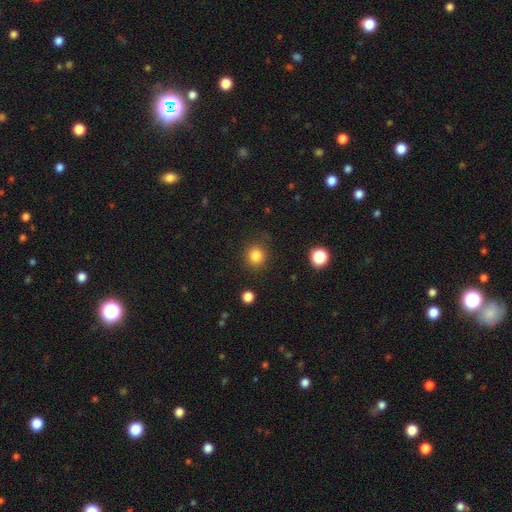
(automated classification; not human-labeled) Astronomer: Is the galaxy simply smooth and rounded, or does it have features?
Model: smooth — 84%.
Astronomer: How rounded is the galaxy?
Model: round — 86%.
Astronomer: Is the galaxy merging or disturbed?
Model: none — 84%.